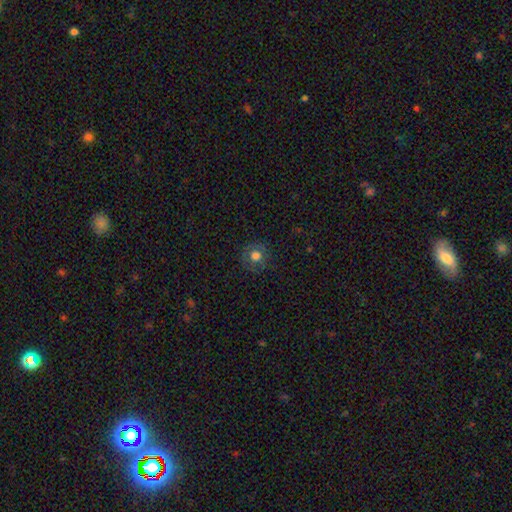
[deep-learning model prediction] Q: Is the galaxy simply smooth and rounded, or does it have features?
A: smooth — 67%.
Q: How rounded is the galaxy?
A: round — 91%.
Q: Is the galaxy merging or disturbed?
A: none — 83%.